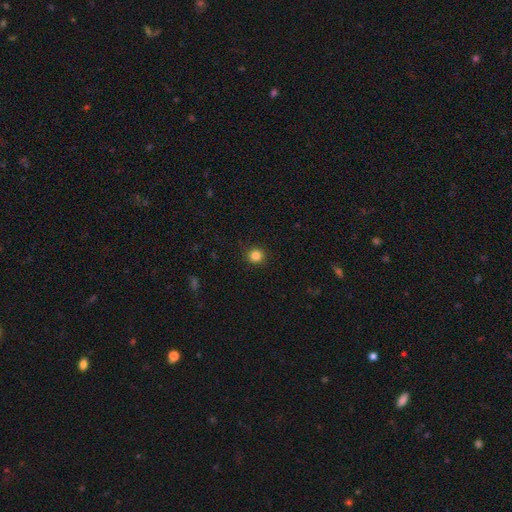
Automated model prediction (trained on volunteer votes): Smooth or featured? smooth (84%)
How rounded? round (91%)
Merging? none (90%)